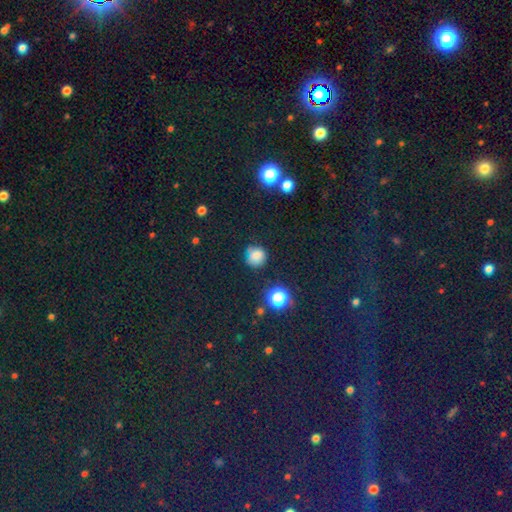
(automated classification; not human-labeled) A smooth galaxy with no disk features (74%) that is round (88%). Merging: none (72%).